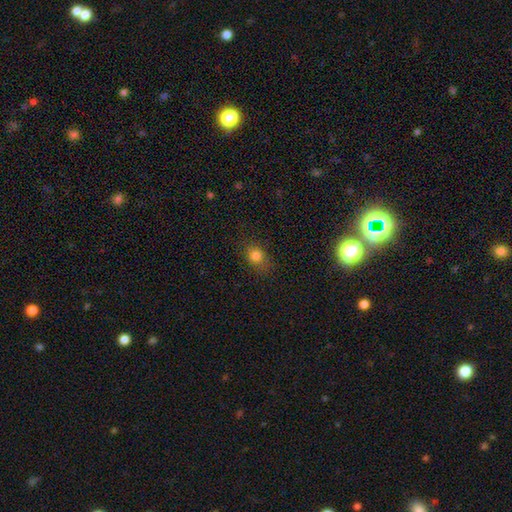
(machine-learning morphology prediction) Overall: smooth (79%). How rounded: round (55%; in between 43%). Merging: none (76%).